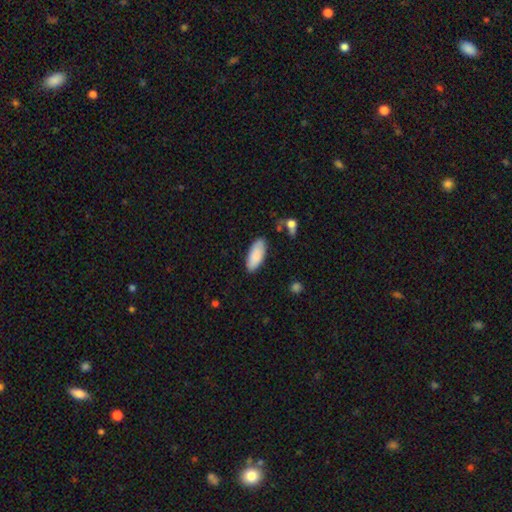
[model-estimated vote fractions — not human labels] Smooth or featured? smooth (87%)
How rounded? in between (85%)
Merging? none (83%)